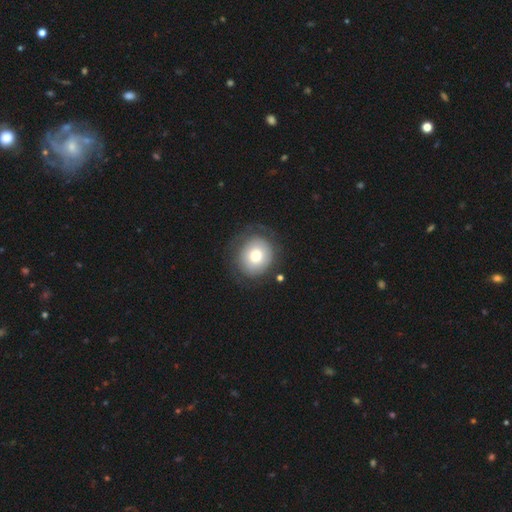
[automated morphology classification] Smooth or featured? smooth (69%)
How rounded? round (80%)
Merging? none (71%)